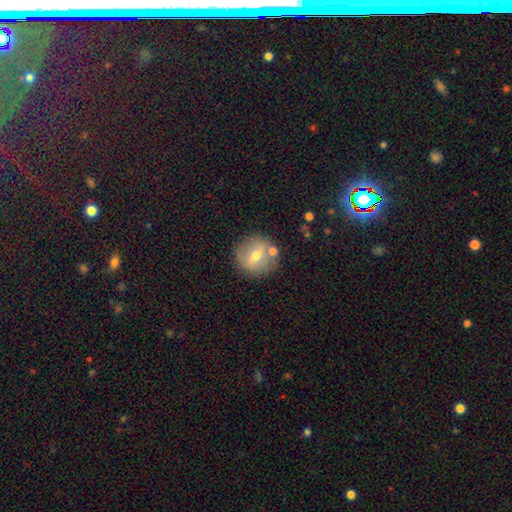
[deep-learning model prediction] smooth-or-featured: smooth: 56% | featured or disk: 36% | star or artifact: 9%
  how-rounded: round: 87% | in between: 11% | cigar-shaped: 1%
  merging: none: 74% | minor disturbance: 13% | merger: 9% | major disturbance: 4%